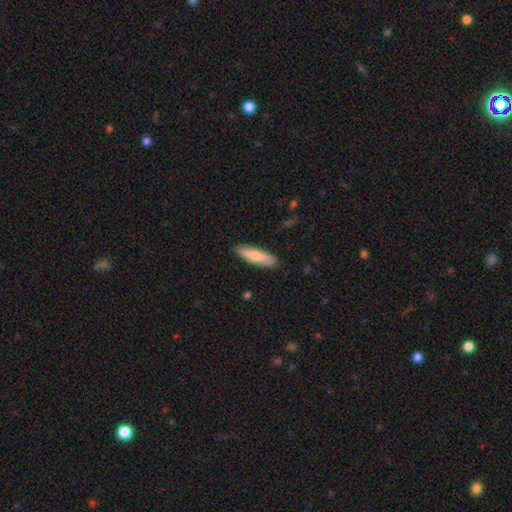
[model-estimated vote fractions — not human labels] The model was most divided on "how rounded": cigar-shaped: 62%, in between: 36%, round: 2%. More confident: merging — none (88%); smooth or featured — smooth (74%).